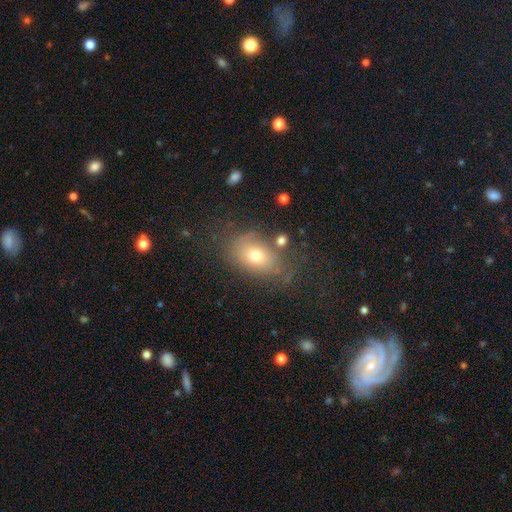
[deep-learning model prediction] This appears to be a smooth galaxy with no disk features (66%) that is in between round and cigar-shaped (78%). Merging: none (64%).